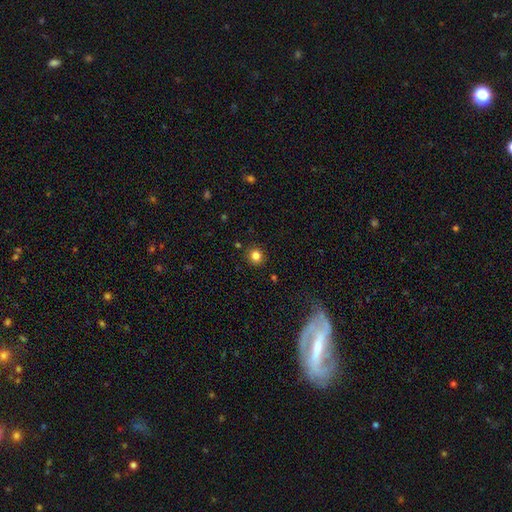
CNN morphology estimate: A smooth galaxy with no disk features (82%) that is round (91%).

Vote fractions:
- Smooth or featured? smooth: 82% / star or artifact: 12% / featured or disk: 5%
- How rounded? round: 91% / in between: 8% / cigar-shaped: 1%
- Merging? none: 90% / minor disturbance: 6% / major disturbance: 2% / merger: 2%